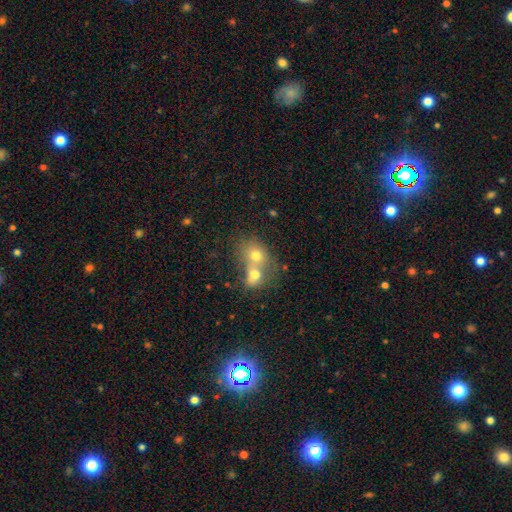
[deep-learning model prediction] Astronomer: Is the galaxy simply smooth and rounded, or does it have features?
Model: smooth — 68%.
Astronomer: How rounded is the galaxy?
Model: round — 54% (runner-up: in between, 45%).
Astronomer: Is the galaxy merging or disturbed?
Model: merger — 71%.